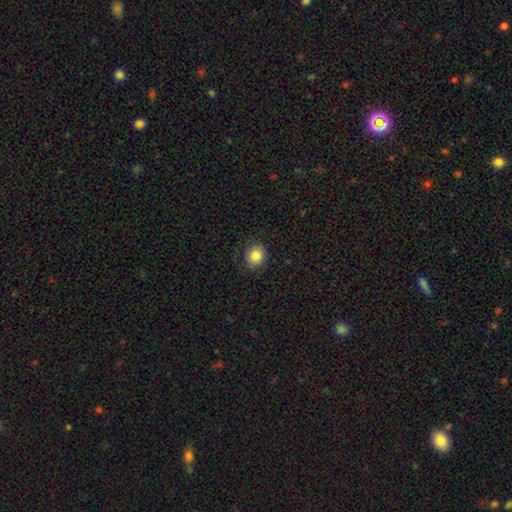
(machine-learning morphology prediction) Smooth or featured? Predicted: smooth (p=0.83). How rounded? Predicted: round (p=0.81). Merging? Predicted: none (p=0.86).